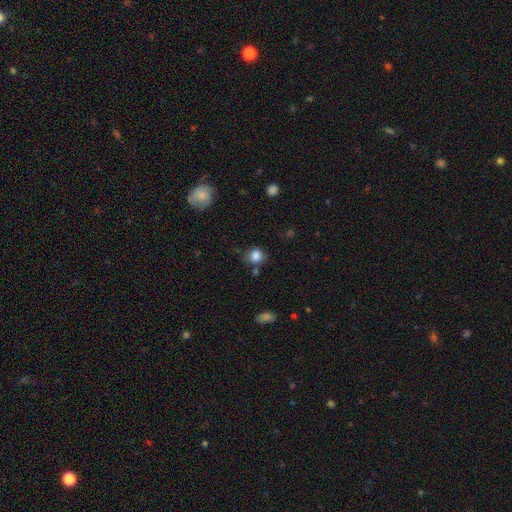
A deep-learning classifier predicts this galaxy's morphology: Smooth or featured?
  - smooth: 83% *
  - star or artifact: 11%
  - featured or disk: 6%
How rounded?
  - round: 72% *
  - in between: 27%
  - cigar-shaped: 1%
Merging?
  - none: 68% *
  - minor disturbance: 20%
  - merger: 7%
  - major disturbance: 5%